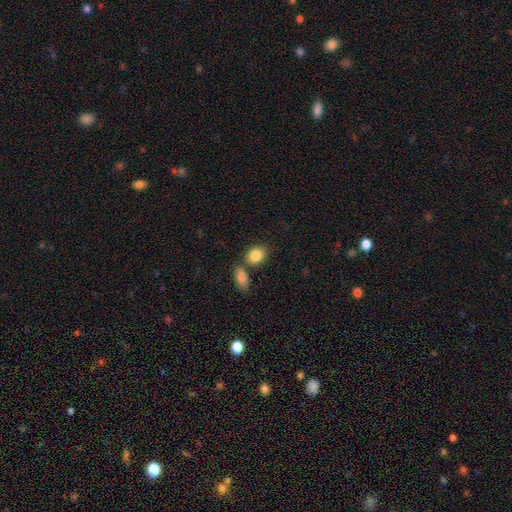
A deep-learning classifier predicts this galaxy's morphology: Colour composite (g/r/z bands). It shows a smooth galaxy with no disk features (86%) that is in between round and cigar-shaped (56%). Merging: none (60%).